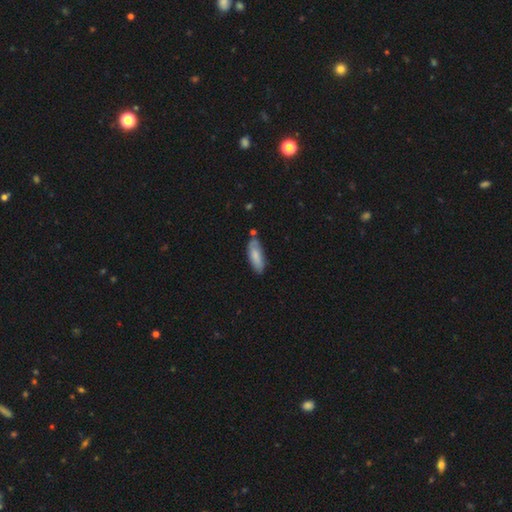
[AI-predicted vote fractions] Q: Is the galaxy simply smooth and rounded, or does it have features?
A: smooth — 77%.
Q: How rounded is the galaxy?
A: in between — 67%.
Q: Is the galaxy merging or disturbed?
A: none — 70%.